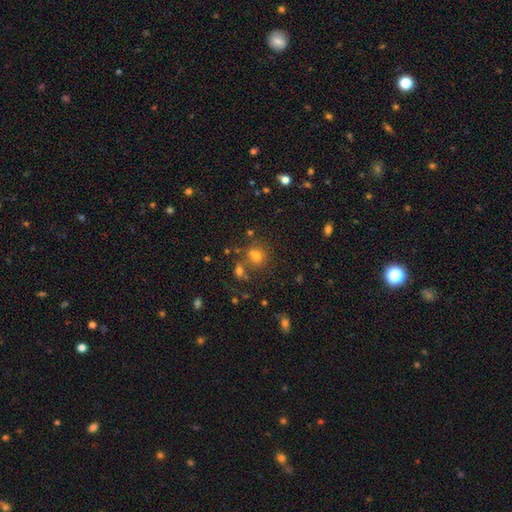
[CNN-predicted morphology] smooth-or-featured: smooth: 68% | star or artifact: 22% | featured or disk: 10%
  how-rounded: round: 61% | in between: 38% | cigar-shaped: 1%
  merging: none: 61% | merger: 21% | minor disturbance: 13% | major disturbance: 6%